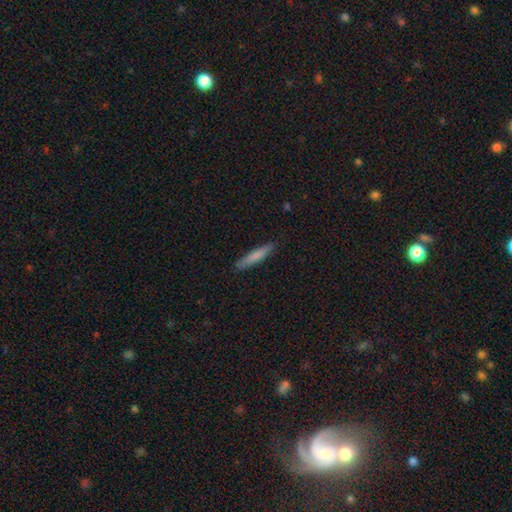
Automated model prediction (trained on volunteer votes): Smooth or featured?
  - smooth: 74% *
  - featured or disk: 20%
  - star or artifact: 6%
How rounded?
  - cigar-shaped: 93% *
  - in between: 6%
  - round: 1%
Merging?
  - none: 90% *
  - minor disturbance: 8%
  - major disturbance: 2%
  - merger: 1%